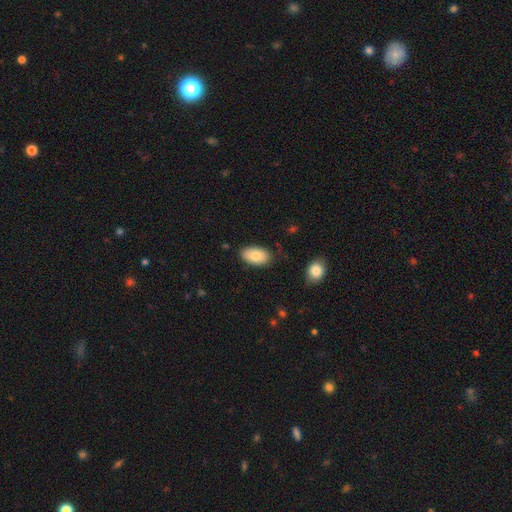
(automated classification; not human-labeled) Smooth or featured? smooth (80%)
How rounded? in between (94%)
Merging? none (80%)